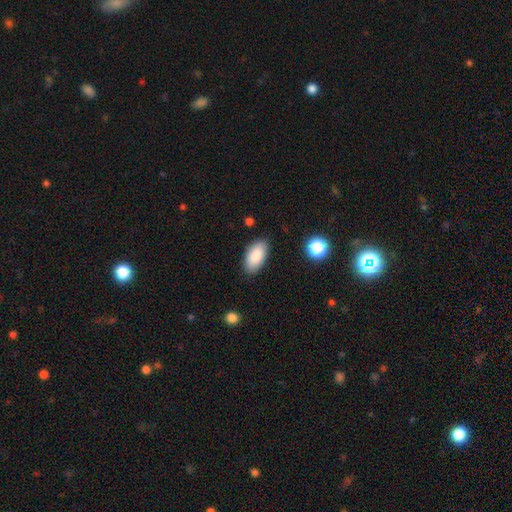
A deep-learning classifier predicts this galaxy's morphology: This appears to be a smooth galaxy with no disk features (88%) that is in between round and cigar-shaped (94%). Merging: none (86%).